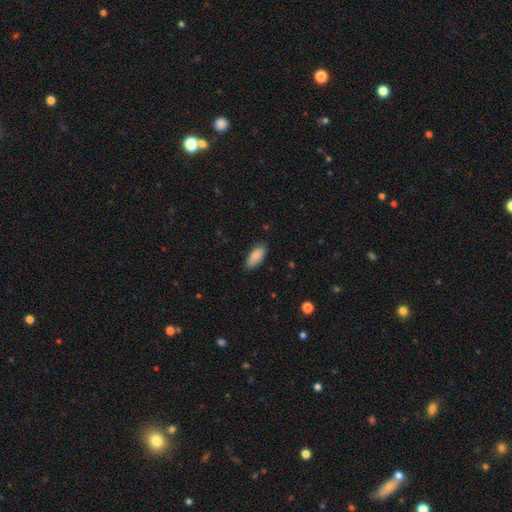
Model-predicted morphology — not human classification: smooth-or-featured: smooth: 88% | star or artifact: 6% | featured or disk: 6%
  how-rounded: in between: 86% | cigar-shaped: 12% | round: 2%
  merging: none: 83% | minor disturbance: 14% | major disturbance: 2% | merger: 1%